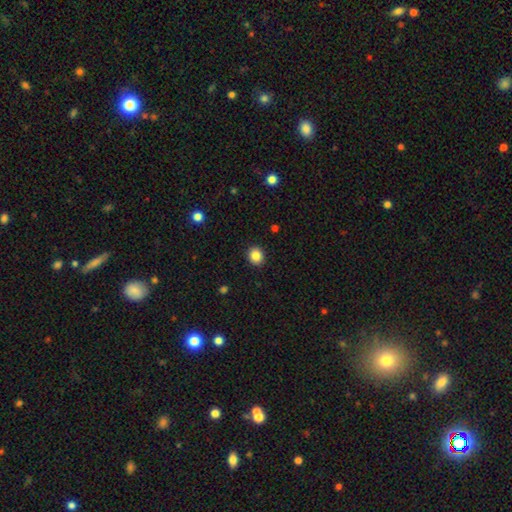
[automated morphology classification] smooth-or-featured: smooth: 85% | star or artifact: 10% | featured or disk: 5%
  how-rounded: round: 77% | in between: 23% | cigar-shaped: 1%
  merging: none: 92% | minor disturbance: 6% | major disturbance: 2% | merger: 1%